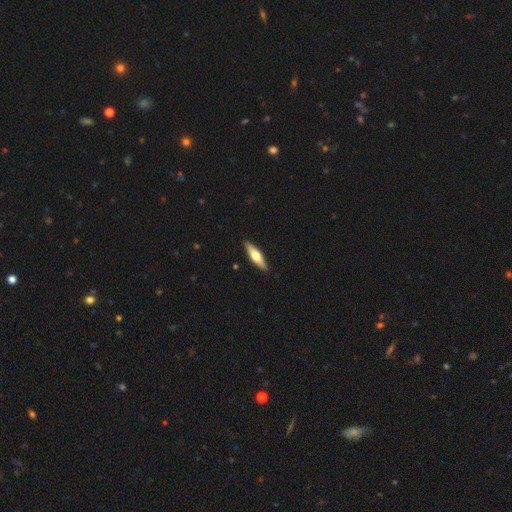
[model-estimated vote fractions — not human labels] Smooth or featured: featured or disk — 48% (smooth — 47%)
Merging: none — 90% (minor disturbance — 7%)